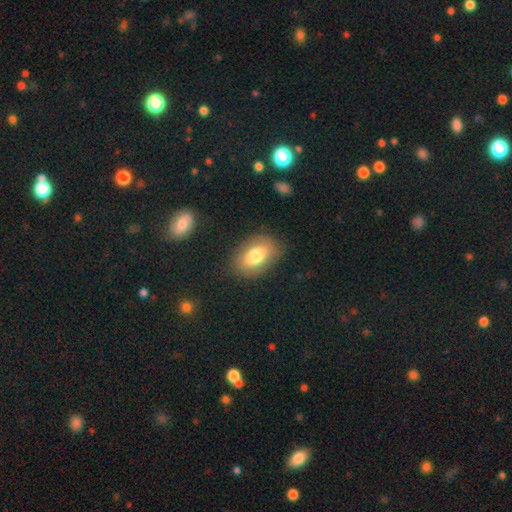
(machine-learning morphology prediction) Smooth or featured? smooth (74%)
How rounded? in between (85%)
Merging? none (81%)